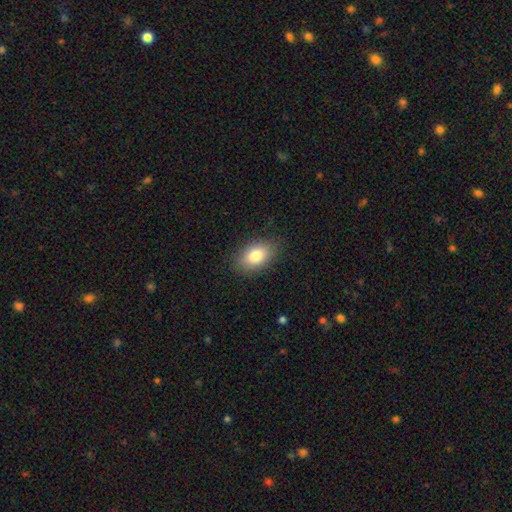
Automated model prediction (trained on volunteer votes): Q: Smooth or featured?
A: smooth (82%); runner-up: featured or disk (10%)
Q: How rounded?
A: in between (88%); runner-up: round (10%)
Q: Merging?
A: none (85%); runner-up: minor disturbance (11%)